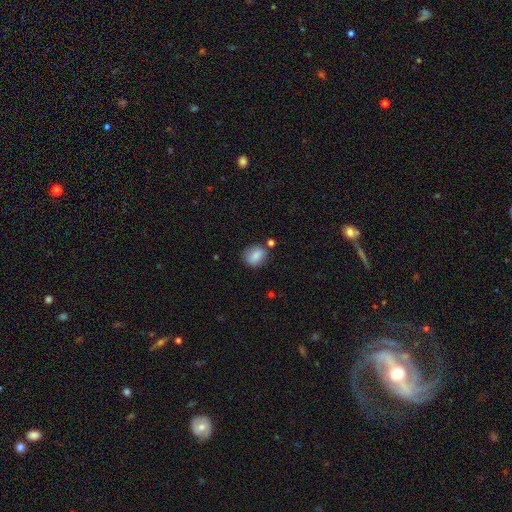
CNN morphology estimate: smooth-or-featured: smooth: 85% | star or artifact: 8% | featured or disk: 7%
  how-rounded: in between: 52% | round: 47% | cigar-shaped: 2%
  merging: none: 73% | minor disturbance: 16% | merger: 7% | major disturbance: 4%